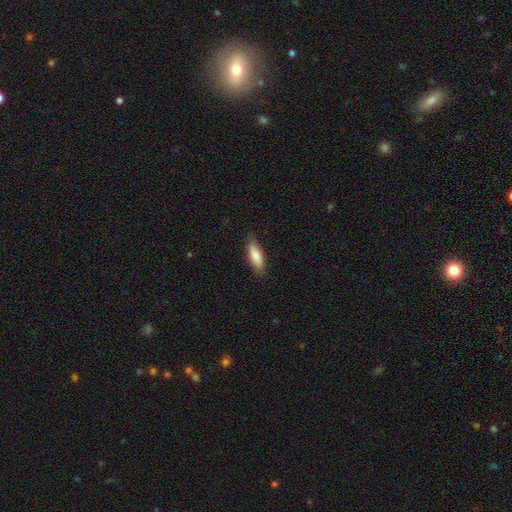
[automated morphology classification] This is clearly a smooth galaxy (82%). How rounded: possibly in between (56%). Merging: clearly none (82%).